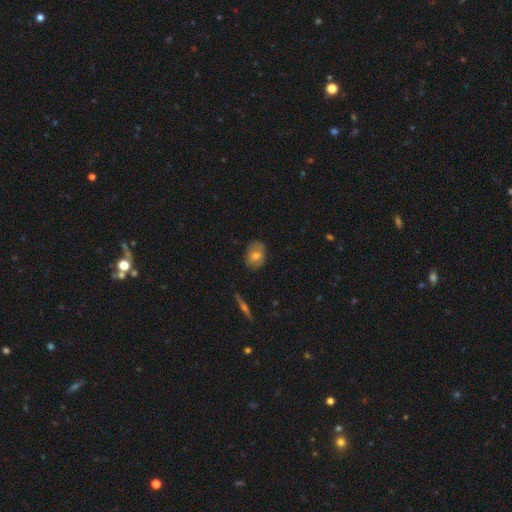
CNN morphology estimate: A smooth galaxy with no disk features (65%) that is in between round and cigar-shaped (59%).

Vote fractions:
- Smooth or featured? smooth: 65% / featured or disk: 26% / star or artifact: 9%
- How rounded? in between: 59% / round: 40% / cigar-shaped: 2%
- Merging? none: 79% / minor disturbance: 16% / major disturbance: 3% / merger: 1%